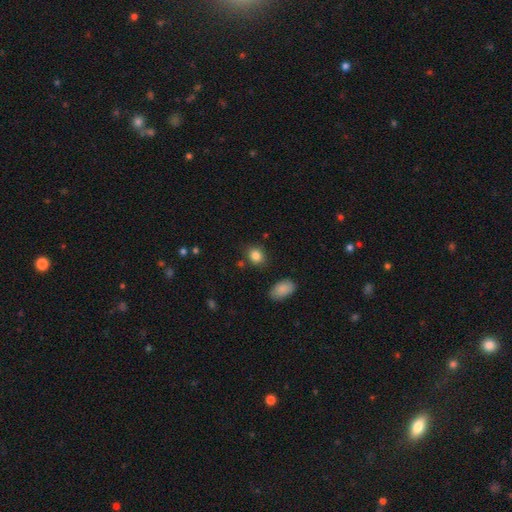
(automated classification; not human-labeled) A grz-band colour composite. It shows a smooth galaxy with no disk features (85%) that is round (54%). Merging: none (81%).